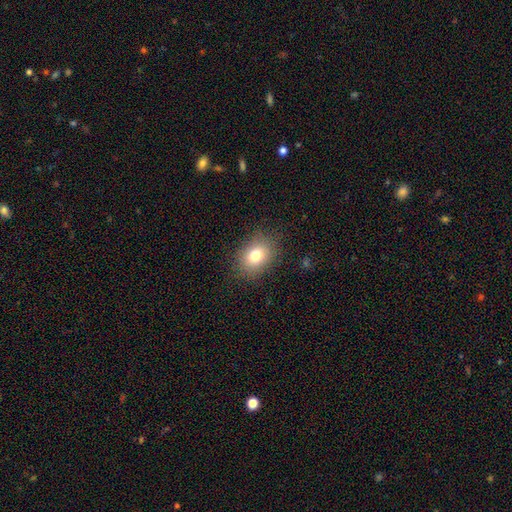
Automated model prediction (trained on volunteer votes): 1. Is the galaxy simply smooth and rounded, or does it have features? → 78% smooth, 12% star or artifact, 11% featured or disk.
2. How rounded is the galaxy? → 63% in between, 36% round, 1% cigar-shaped.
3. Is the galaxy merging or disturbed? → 83% none, 12% minor disturbance, 4% major disturbance, 1% merger.